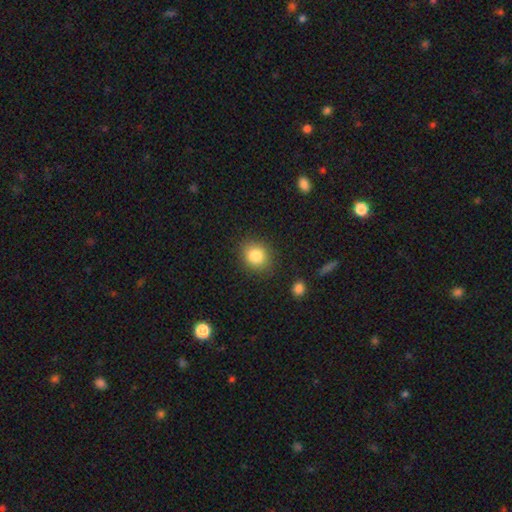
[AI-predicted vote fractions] Smooth or featured?
  - smooth: 84% *
  - star or artifact: 10%
  - featured or disk: 6%
How rounded?
  - round: 68% *
  - in between: 31%
  - cigar-shaped: 1%
Merging?
  - none: 85% *
  - minor disturbance: 10%
  - major disturbance: 3%
  - merger: 2%